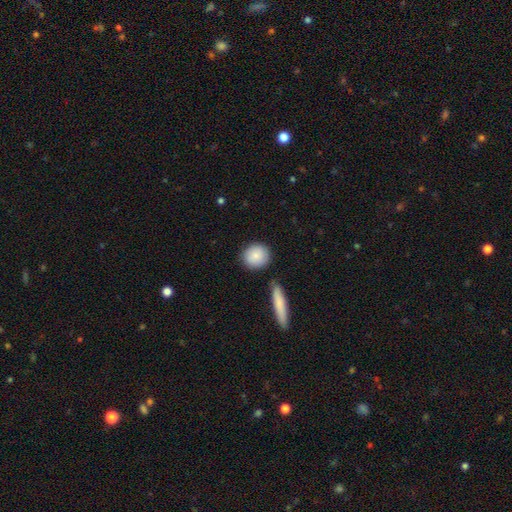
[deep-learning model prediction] The model was most divided on "how rounded": round: 80%, in between: 18%, cigar-shaped: 2%. More confident: smooth or featured — smooth (86%); merging — none (81%).